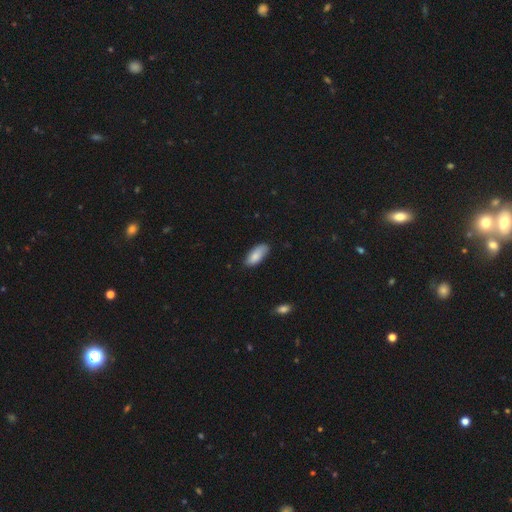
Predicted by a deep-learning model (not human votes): smooth 86%, featured or disk 8%, star or artifact 6%. Down the decision tree: how rounded — in between (85%); merging — none (79%).